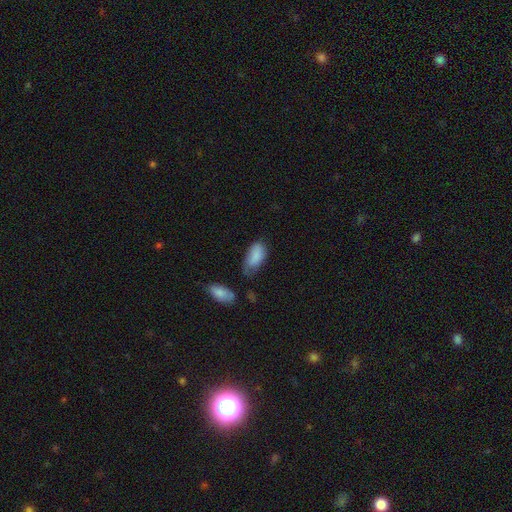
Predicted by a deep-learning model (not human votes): Overall: smooth (85%). How rounded: in between (93%). Merging: none (42%; minor disturbance 38%).